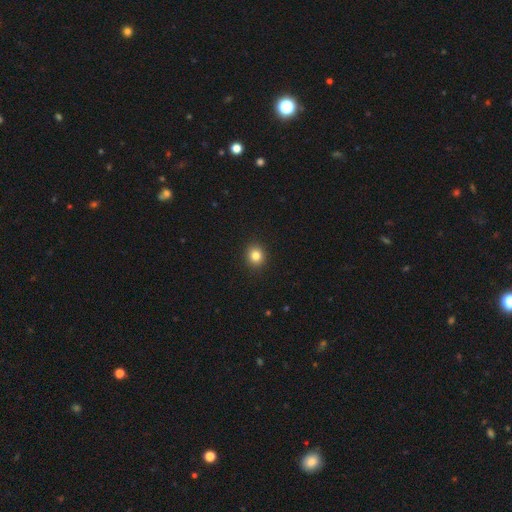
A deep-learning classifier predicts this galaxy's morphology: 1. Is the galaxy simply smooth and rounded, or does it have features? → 83% smooth, 12% star or artifact, 6% featured or disk.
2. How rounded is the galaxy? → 82% round, 17% in between, 1% cigar-shaped.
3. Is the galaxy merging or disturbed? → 92% none, 5% minor disturbance, 2% major disturbance, 1% merger.